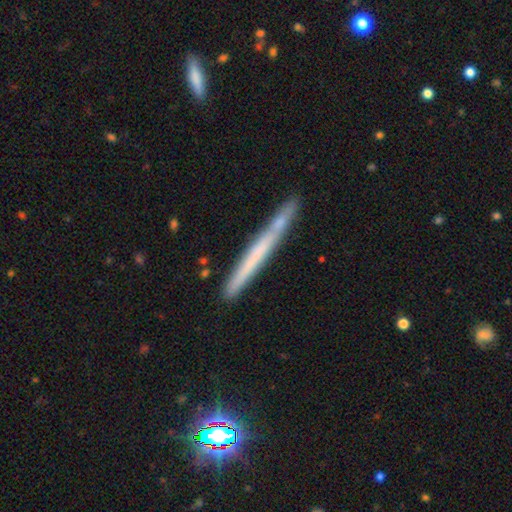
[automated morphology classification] smooth 47%, featured or disk 45%, star or artifact 8%. Down the decision tree: merging — none (84%).